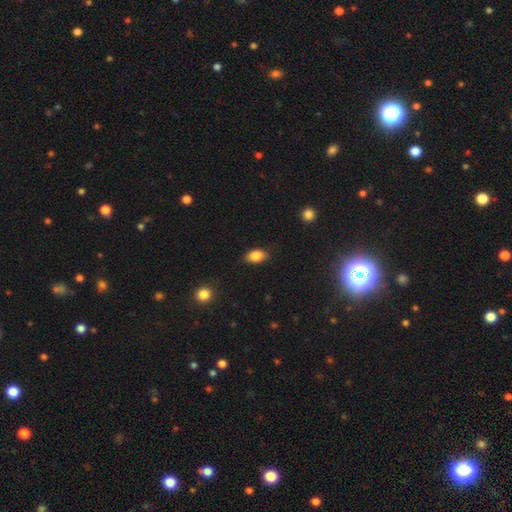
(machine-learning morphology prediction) Smooth or featured? smooth (86%)
How rounded? in between (89%)
Merging? none (82%)